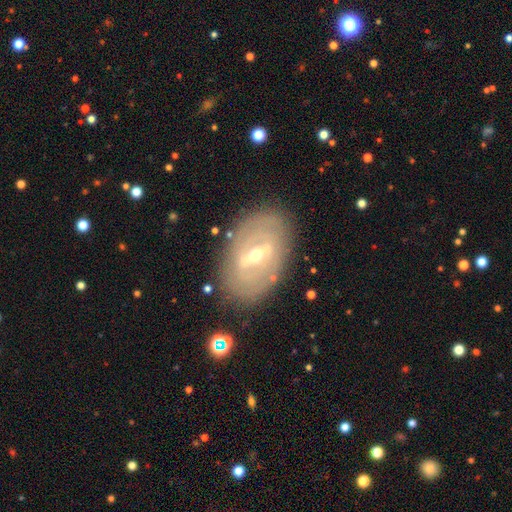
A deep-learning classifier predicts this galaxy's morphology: Smooth or featured: featured or disk — 79% (smooth — 15%)
Edge-on disk: no — 91% (yes — 9%)
Bar: strong — 52% (weak — 38%)
Spiral arms: yes — 55% (no — 45%)
Bulge size: moderate — 49% (small — 47%)
Merging: none — 82% (minor disturbance — 12%)